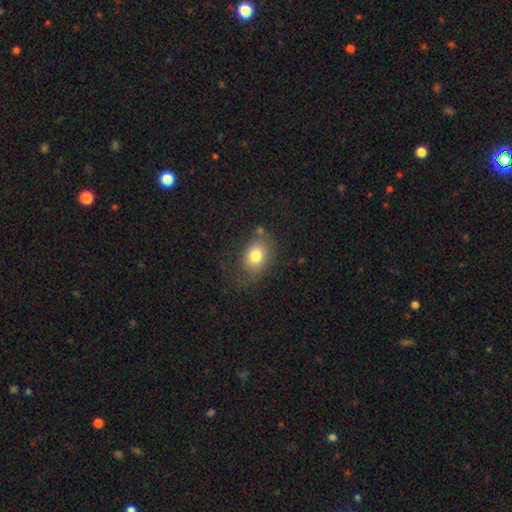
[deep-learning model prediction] The model was most divided on "merging": none: 60%, minor disturbance: 24%, major disturbance: 12%, merger: 4%. More confident: smooth or featured — smooth (78%); how rounded — in between (69%).